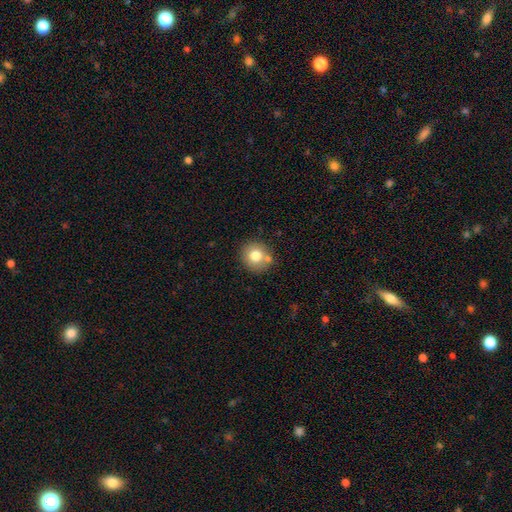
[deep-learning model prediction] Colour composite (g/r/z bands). It shows a smooth galaxy with no disk features (76%) that is round (87%). Merging: none (73%).